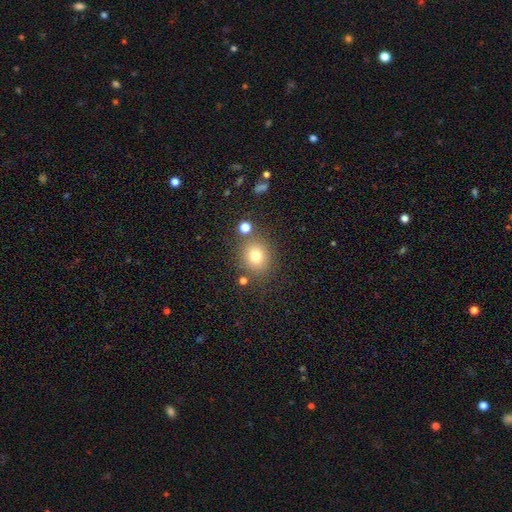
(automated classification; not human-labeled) Overall: smooth (75%). How rounded: round (77%). Merging: none (78%).